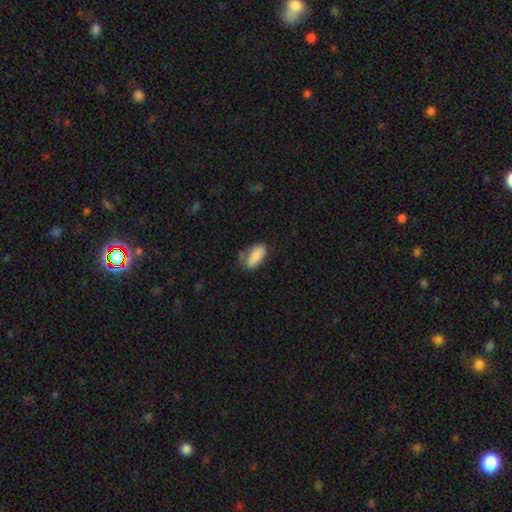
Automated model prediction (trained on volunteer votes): Smooth or featured? smooth (85%)
How rounded? in between (84%)
Merging? none (60%)